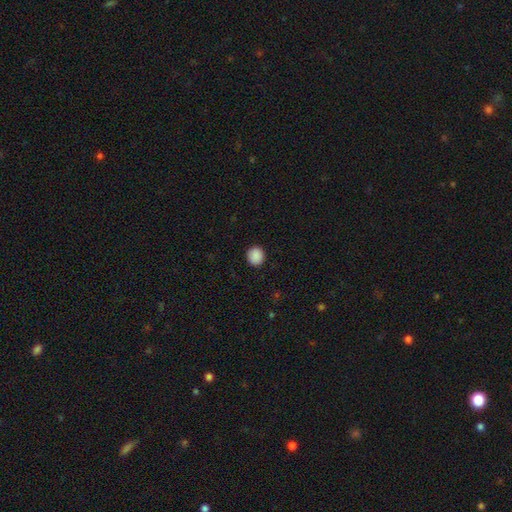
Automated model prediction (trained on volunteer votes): Overall: smooth (90%). How rounded: round (89%). Merging: none (92%).